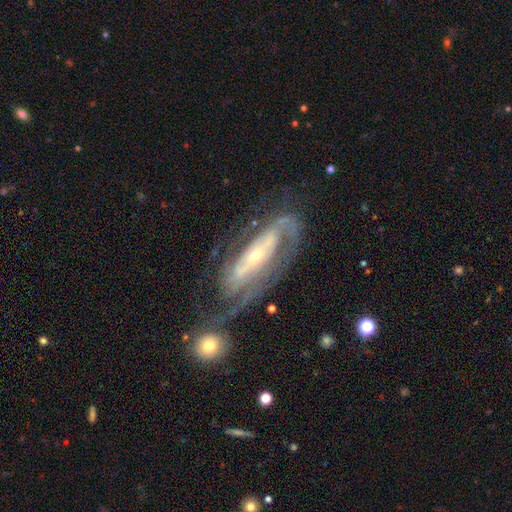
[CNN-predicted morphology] featured or disk 85%, smooth 9%, star or artifact 6%. Down the decision tree: edge-on disk — no (90%); bar — no (41%); spiral arms — yes (90%); spiral arm count — 2 (65%); spiral winding — tight (47%); bulge size — small (63%); merging — none (58%).